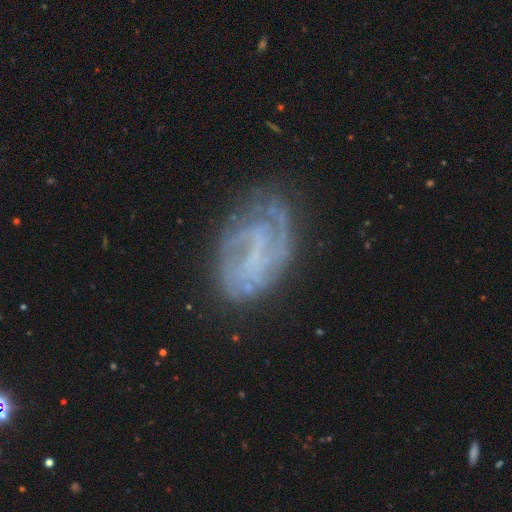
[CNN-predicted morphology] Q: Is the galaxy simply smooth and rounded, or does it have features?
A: featured or disk — 74%.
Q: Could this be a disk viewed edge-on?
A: no — 97%.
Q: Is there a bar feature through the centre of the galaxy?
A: no — 45%.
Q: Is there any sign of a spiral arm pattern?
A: yes — 78%.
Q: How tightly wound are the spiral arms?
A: tight — 43%.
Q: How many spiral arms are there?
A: can't tell — 37%.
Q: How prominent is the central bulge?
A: none — 65%.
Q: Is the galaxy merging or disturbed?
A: none — 63%.